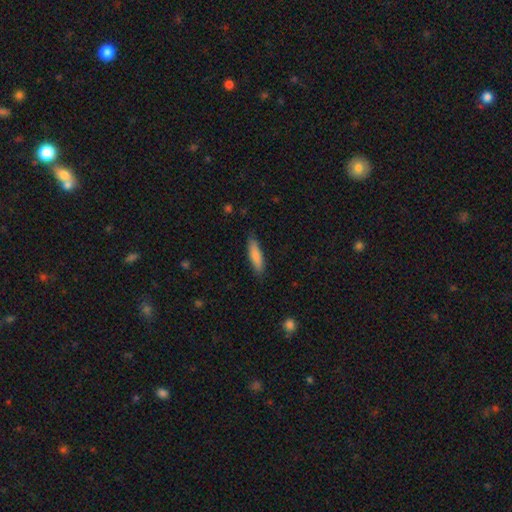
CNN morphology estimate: Smooth or featured: smooth — 84% (featured or disk — 10%)
How rounded: cigar-shaped — 69% (in between — 29%)
Merging: none — 85% (minor disturbance — 12%)